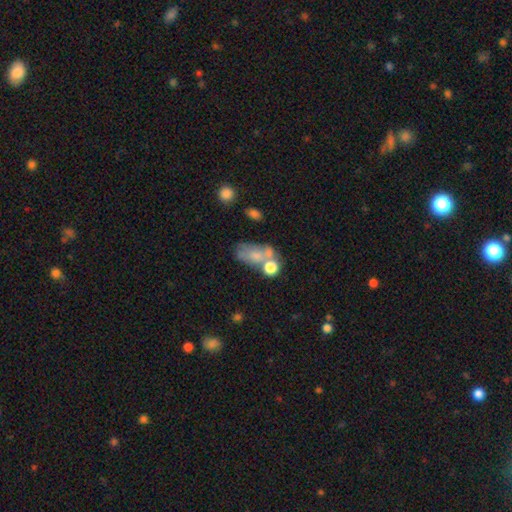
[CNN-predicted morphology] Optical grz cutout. It shows a smooth galaxy with no disk features (62%) that is in between round and cigar-shaped (81%). Merging: merger (39%).